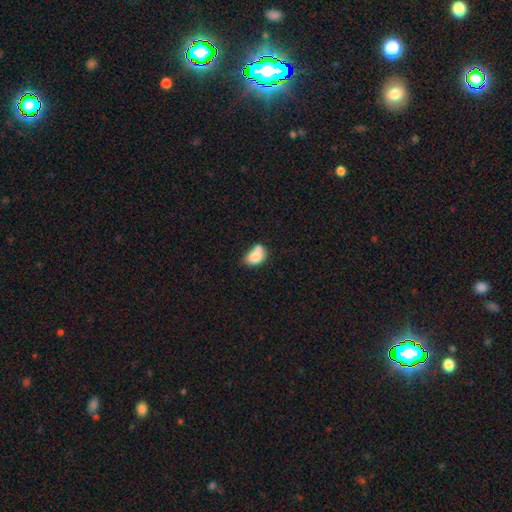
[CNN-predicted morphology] A smooth galaxy with no disk features (76%) that is in between round and cigar-shaped (79%). Merging: merger (40%).